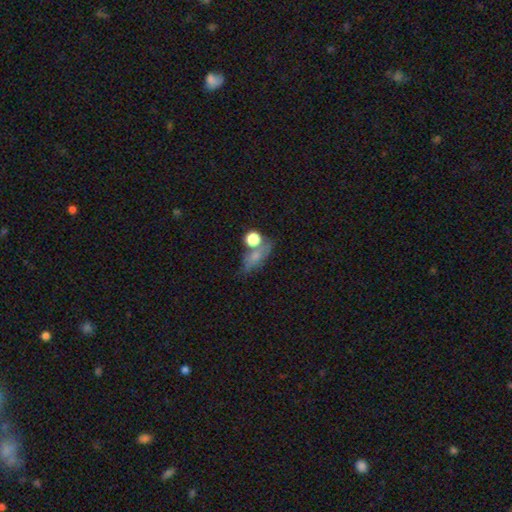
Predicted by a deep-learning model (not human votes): smooth 61%, featured or disk 21%, star or artifact 18%. Down the decision tree: how rounded — in between (55%); merging — none (47%).